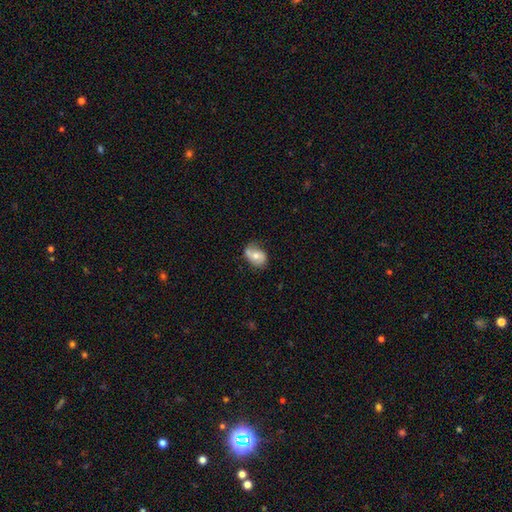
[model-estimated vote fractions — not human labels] Overall: smooth (51%; featured or disk 41%). How rounded: in between (74%). Merging: none (53%; minor disturbance 30%).